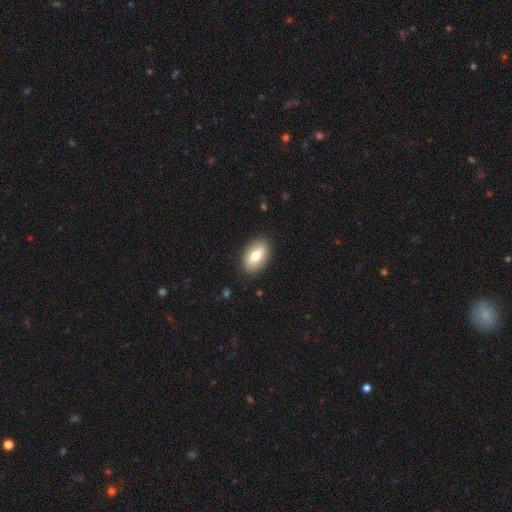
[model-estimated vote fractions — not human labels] Smooth or featured? Predicted: smooth (p=0.68). How rounded? Predicted: in between (p=0.88). Merging? Predicted: none (p=0.88).